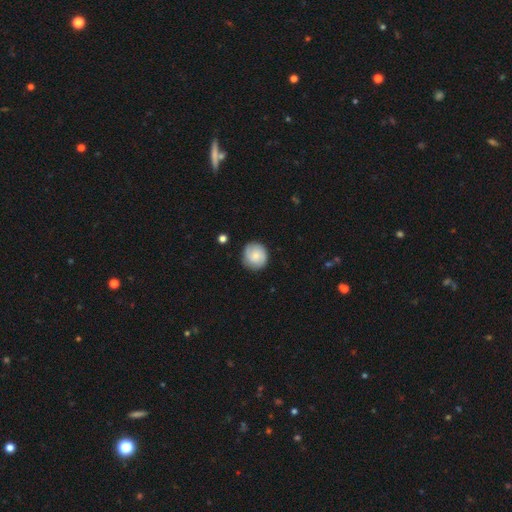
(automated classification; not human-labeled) Q: Smooth or featured?
A: smooth (54%); runner-up: featured or disk (38%)
Q: How rounded?
A: round (89%); runner-up: in between (10%)
Q: Merging?
A: none (85%); runner-up: minor disturbance (11%)